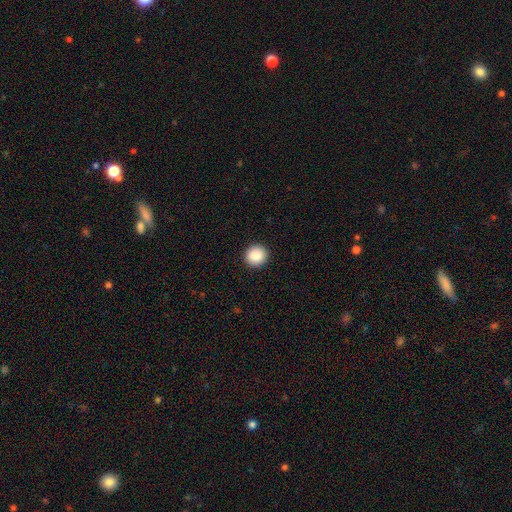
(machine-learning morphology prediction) Overall: smooth (88%). How rounded: round (93%). Merging: none (93%).